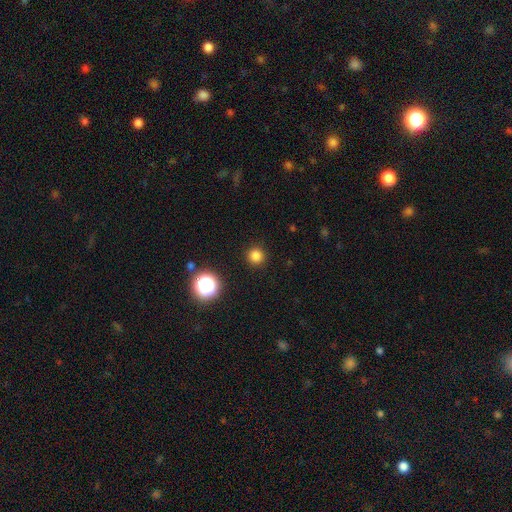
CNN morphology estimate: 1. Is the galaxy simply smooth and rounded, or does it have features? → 81% smooth, 16% star or artifact, 4% featured or disk.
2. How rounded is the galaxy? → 96% round, 3% in between, 1% cigar-shaped.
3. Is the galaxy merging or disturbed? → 92% none, 5% minor disturbance, 2% major disturbance, 1% merger.